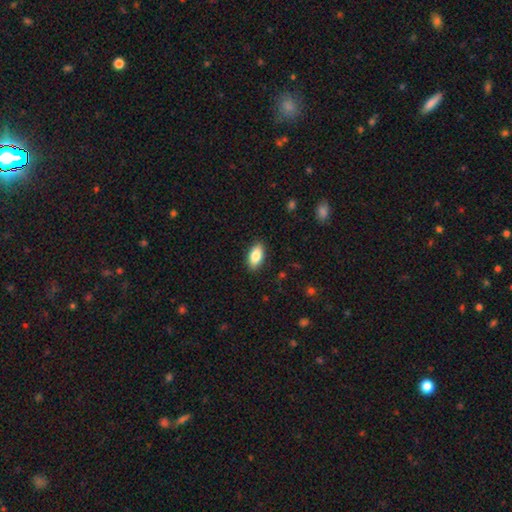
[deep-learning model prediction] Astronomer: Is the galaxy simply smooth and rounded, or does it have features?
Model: smooth — 84%.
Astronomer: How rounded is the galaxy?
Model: in between — 91%.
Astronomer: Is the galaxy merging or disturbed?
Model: none — 89%.